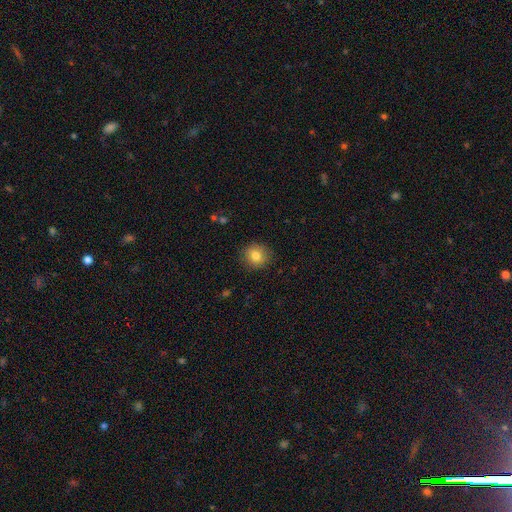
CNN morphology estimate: Smooth or featured? Predicted: smooth (p=0.81). How rounded? Predicted: round (p=0.88). Merging? Predicted: none (p=0.88).